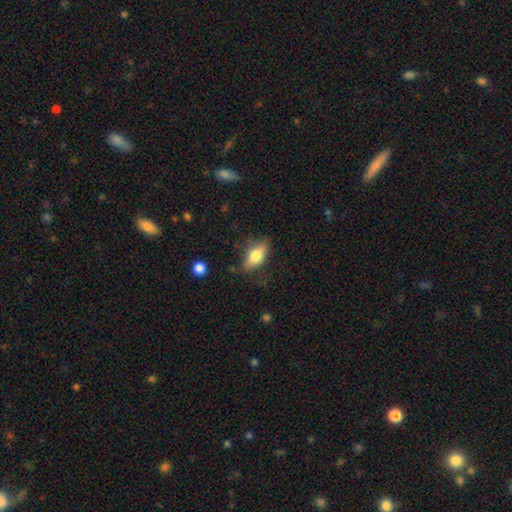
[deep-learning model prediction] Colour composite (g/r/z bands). It shows a smooth galaxy with no disk features (71%) that is in between round and cigar-shaped (84%). Merging: none (70%).